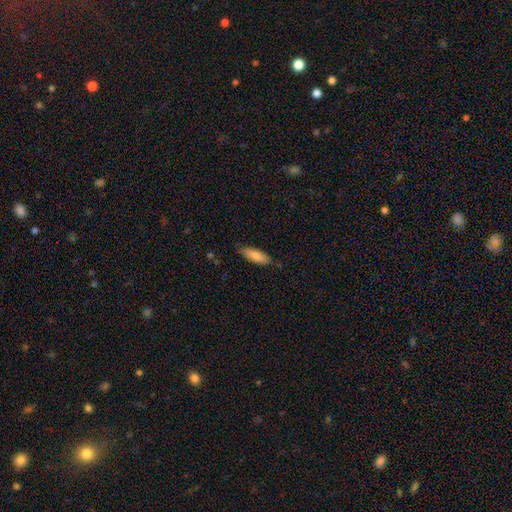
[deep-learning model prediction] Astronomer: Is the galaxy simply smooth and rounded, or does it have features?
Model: smooth — 79%.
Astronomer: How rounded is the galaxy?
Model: in between — 59% (runner-up: cigar-shaped, 39%).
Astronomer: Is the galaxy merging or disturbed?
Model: none — 79%.